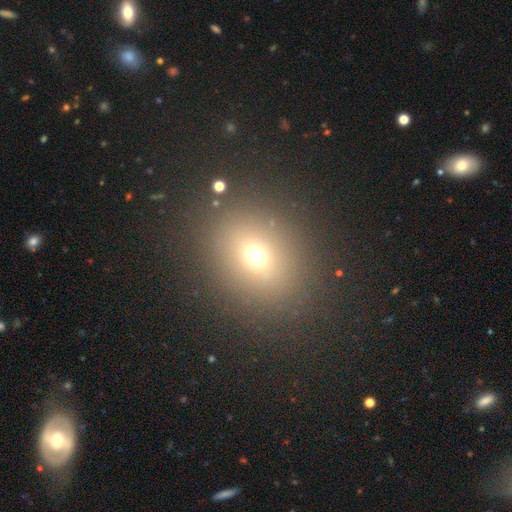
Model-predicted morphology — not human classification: smooth_or_featured: smooth (p=0.67) [alt: star or artifact p=0.21]
how_rounded: round (p=0.60) [alt: in between p=0.38]
merging: none (p=0.84) [alt: minor disturbance p=0.08]